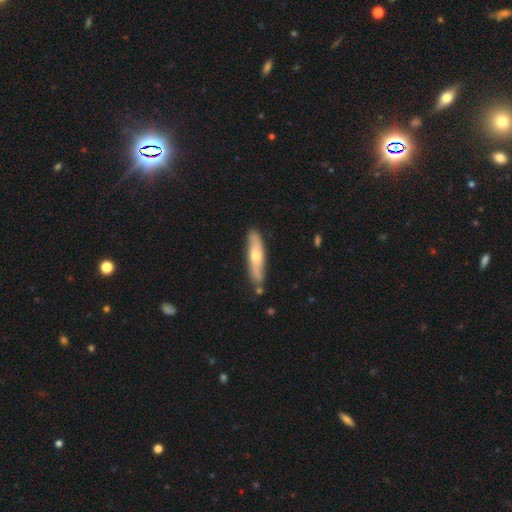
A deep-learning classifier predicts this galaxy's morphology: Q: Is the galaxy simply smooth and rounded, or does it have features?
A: smooth — 50%.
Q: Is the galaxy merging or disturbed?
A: none — 79%.